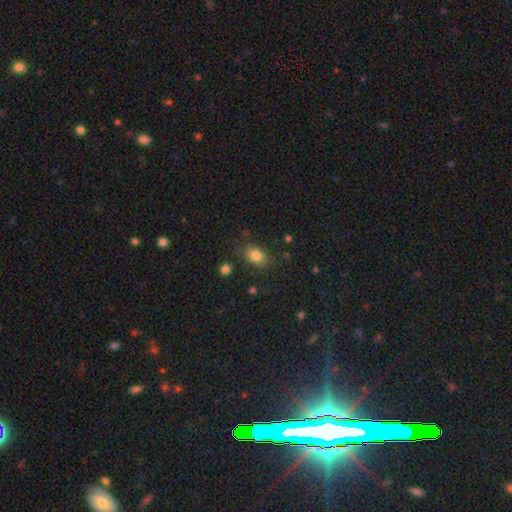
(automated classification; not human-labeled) smooth_or_featured: smooth (p=0.82) [alt: star or artifact p=0.11]
how_rounded: in between (p=0.74) [alt: round p=0.24]
merging: none (p=0.80) [alt: minor disturbance p=0.13]